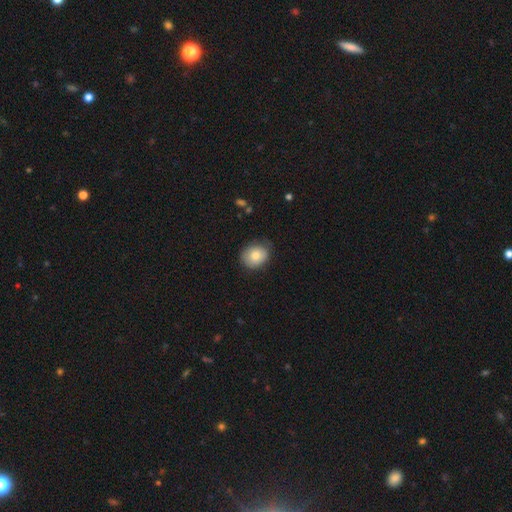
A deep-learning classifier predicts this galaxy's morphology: A smooth galaxy with no disk features (80%) that is round (59%).

Vote fractions:
- Smooth or featured? smooth: 80% / featured or disk: 12% / star or artifact: 8%
- How rounded? round: 59% / in between: 40% / cigar-shaped: 1%
- Merging? none: 72% / minor disturbance: 22% / major disturbance: 4% / merger: 1%